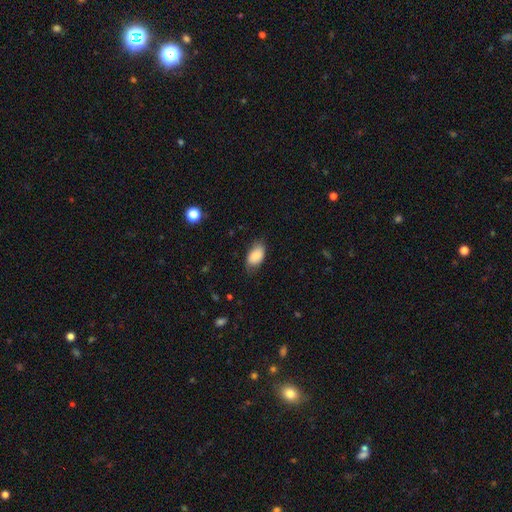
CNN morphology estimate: Smooth or featured? smooth (84%)
How rounded? in between (92%)
Merging? none (68%)